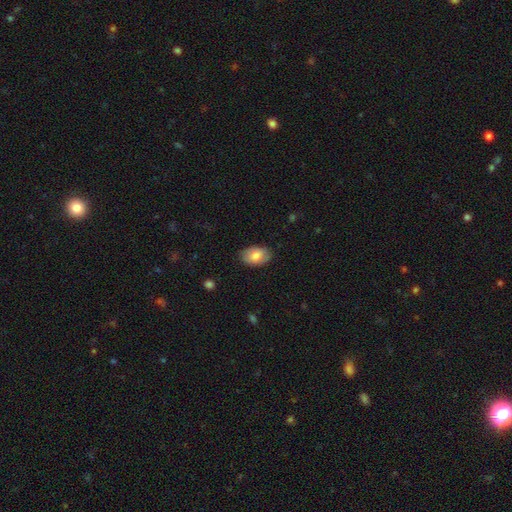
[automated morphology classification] A smooth galaxy with no disk features (79%) that is in between round and cigar-shaped (90%).

Vote fractions:
- Smooth or featured? smooth: 79% / featured or disk: 14% / star or artifact: 6%
- How rounded? in between: 90% / round: 9% / cigar-shaped: 1%
- Merging? none: 83% / minor disturbance: 13% / major disturbance: 3% / merger: 1%